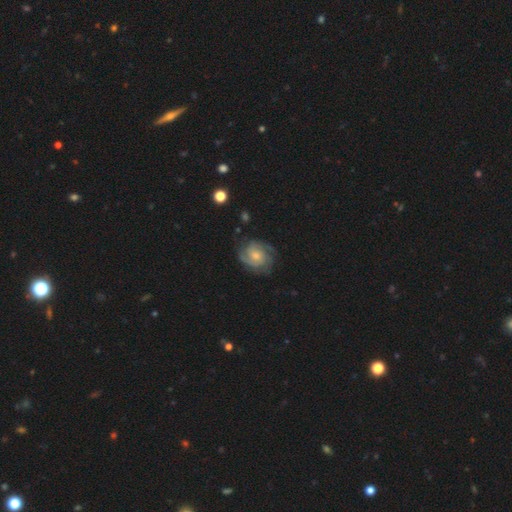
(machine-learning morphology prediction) This is clearly a featured or disk galaxy (82%). It is clearly not viewed edge-on (98%). Bar: likely no (69%). Spiral arm pattern: clearly yes (96%). Spiral arm count: marginally 2 (36%). Spiral winding: possibly tight (54%). Central bulge: possibly moderate (47%). Merging: likely none (74%).